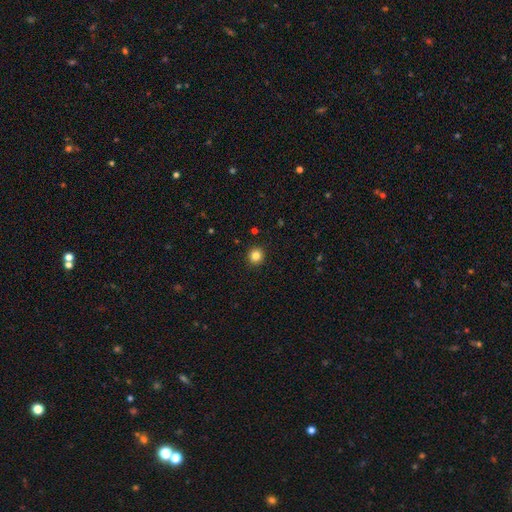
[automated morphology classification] smooth_or_featured: smooth (p=0.83) [alt: star or artifact p=0.12]
how_rounded: round (p=0.92) [alt: in between p=0.07]
merging: none (p=0.92) [alt: minor disturbance p=0.05]